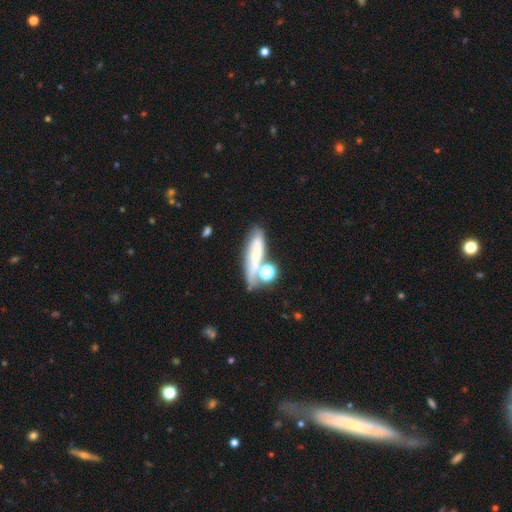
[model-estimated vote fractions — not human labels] This is marginally a smooth galaxy (43%). Merging: marginally none (44%).